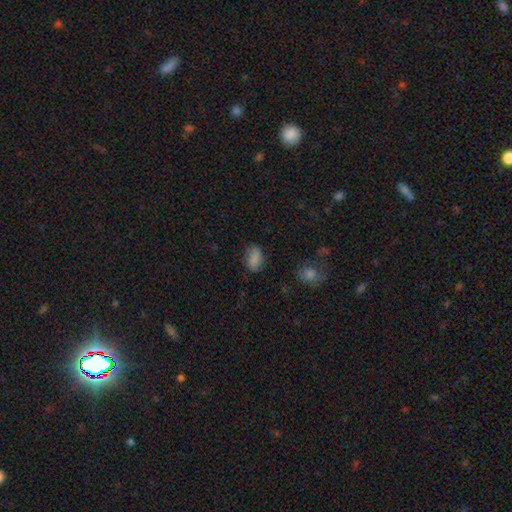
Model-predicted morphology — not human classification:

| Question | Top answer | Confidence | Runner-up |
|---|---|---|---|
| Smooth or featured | smooth | 75% | star or artifact (15%) |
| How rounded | in between | 87% | round (9%) |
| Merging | none | 71% | minor disturbance (20%) |